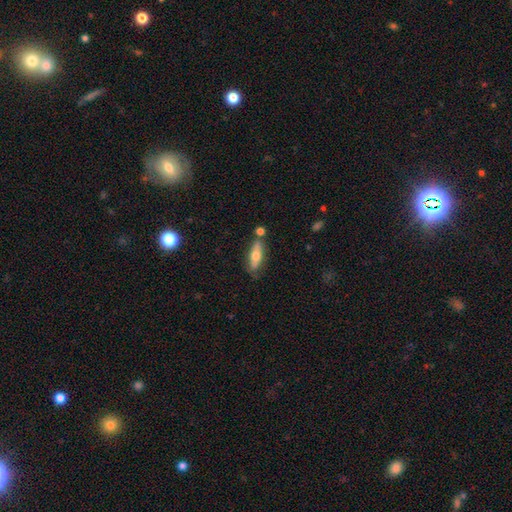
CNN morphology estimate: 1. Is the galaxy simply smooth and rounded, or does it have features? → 58% smooth, 36% featured or disk, 7% star or artifact.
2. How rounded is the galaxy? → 55% in between, 43% cigar-shaped, 3% round.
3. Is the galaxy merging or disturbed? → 67% none, 18% minor disturbance, 11% merger, 4% major disturbance.